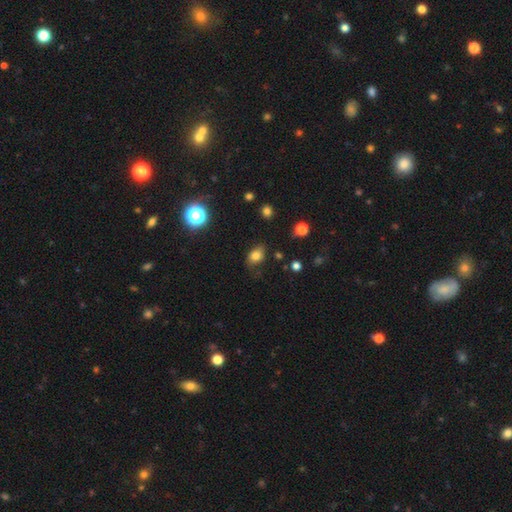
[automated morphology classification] smooth 79%, star or artifact 13%, featured or disk 8%. Down the decision tree: how rounded — in between (70%); merging — none (70%).